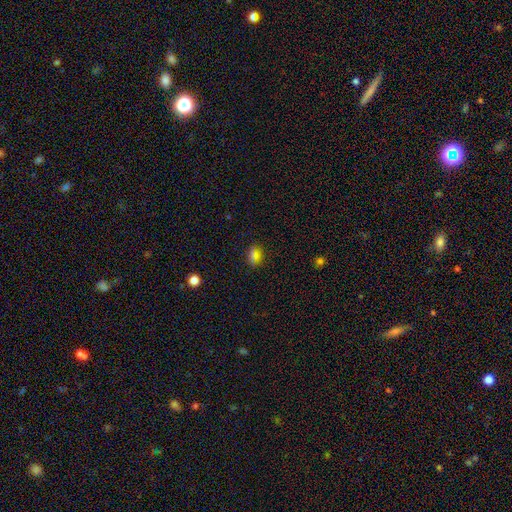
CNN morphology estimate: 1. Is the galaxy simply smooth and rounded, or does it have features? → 68% smooth, 25% star or artifact, 7% featured or disk.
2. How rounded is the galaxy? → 53% round, 44% in between, 4% cigar-shaped.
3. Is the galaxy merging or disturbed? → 86% none, 10% minor disturbance, 3% major disturbance, 2% merger.